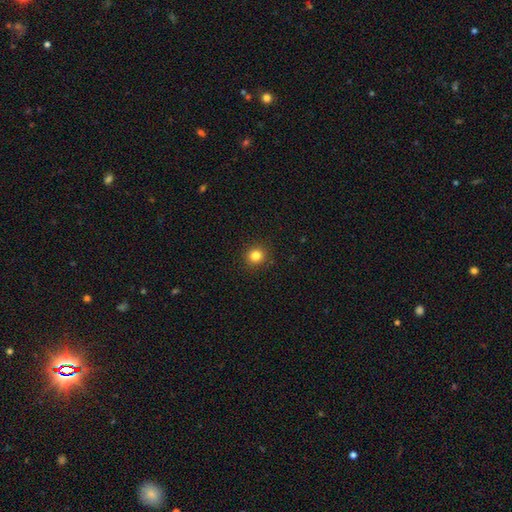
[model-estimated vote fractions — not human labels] A smooth galaxy with no disk features (82%) that is round (89%). Merging: none (91%).